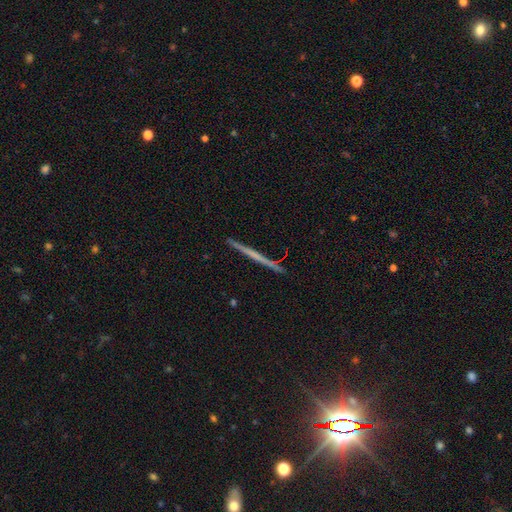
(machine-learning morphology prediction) type=featured or disk (58%); edge-on=yes (98%); edge-on bulge=none (86%); merging=none (93%).